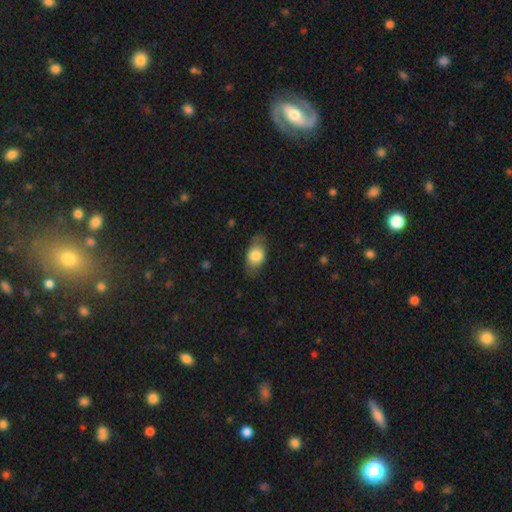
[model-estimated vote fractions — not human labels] A smooth galaxy with no disk features (77%) that is in between round and cigar-shaped (83%).

Vote fractions:
- Smooth or featured? smooth: 77% / featured or disk: 16% / star or artifact: 7%
- How rounded? in between: 83% / round: 14% / cigar-shaped: 3%
- Merging? none: 73% / minor disturbance: 20% / major disturbance: 6% / merger: 1%